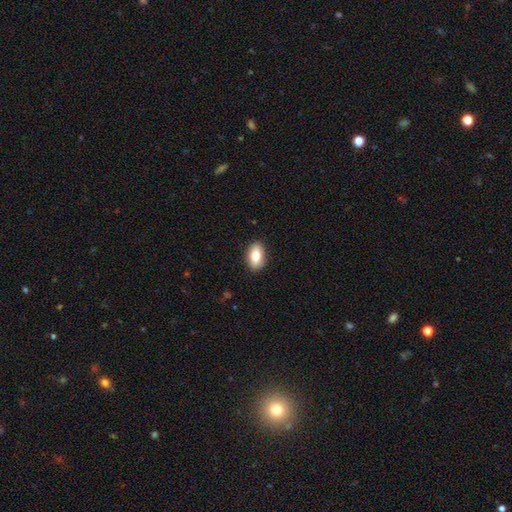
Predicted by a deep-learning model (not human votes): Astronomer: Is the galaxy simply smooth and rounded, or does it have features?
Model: smooth — 80%.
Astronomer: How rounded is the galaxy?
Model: in between — 90%.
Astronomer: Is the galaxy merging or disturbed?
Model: none — 89%.